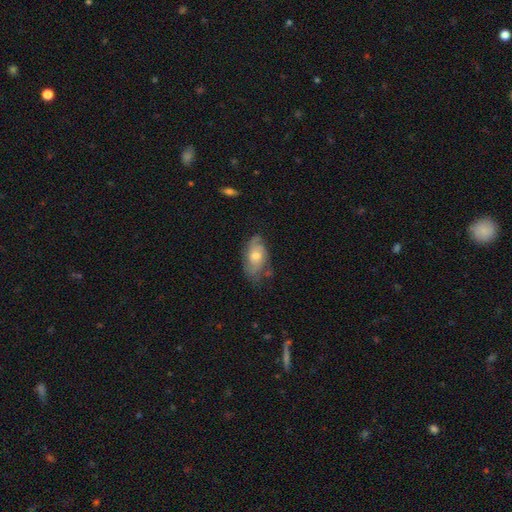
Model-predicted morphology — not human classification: Smooth or featured?
  - smooth: 47% *
  - featured or disk: 46%
  - star or artifact: 7%
Merging?
  - none: 56% *
  - minor disturbance: 30%
  - major disturbance: 11%
  - merger: 2%